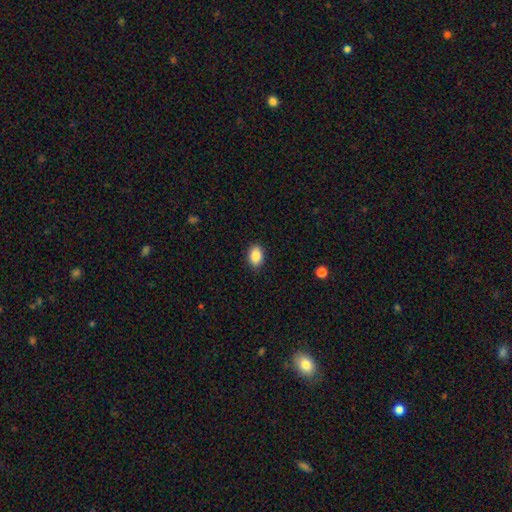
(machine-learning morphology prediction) Smooth or featured? Predicted: smooth (p=0.88). How rounded? Predicted: in between (p=0.85). Merging? Predicted: none (p=0.89).